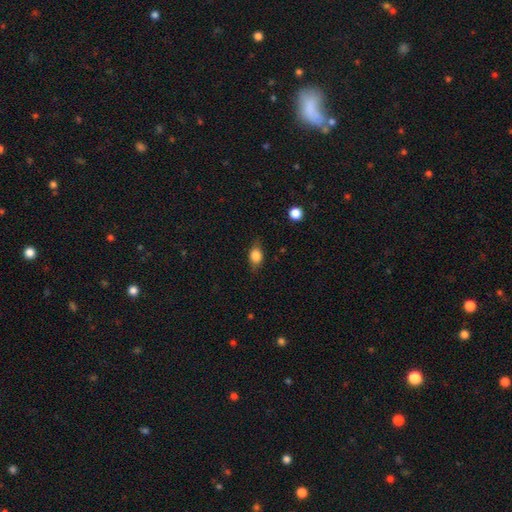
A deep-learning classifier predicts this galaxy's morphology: Smooth or featured?
  - smooth: 79% *
  - featured or disk: 12%
  - star or artifact: 9%
How rounded?
  - in between: 69% *
  - round: 27%
  - cigar-shaped: 4%
Merging?
  - none: 75% *
  - minor disturbance: 19%
  - major disturbance: 5%
  - merger: 1%